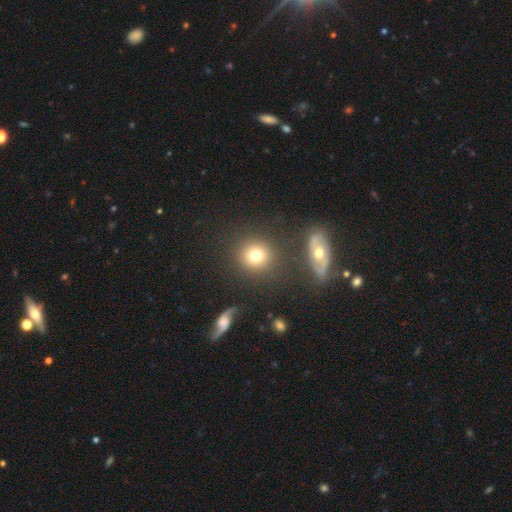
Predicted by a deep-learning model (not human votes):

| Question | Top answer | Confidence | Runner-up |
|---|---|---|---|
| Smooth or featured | smooth | 77% | featured or disk (12%) |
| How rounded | round | 88% | in between (11%) |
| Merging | none | 81% | minor disturbance (8%) |